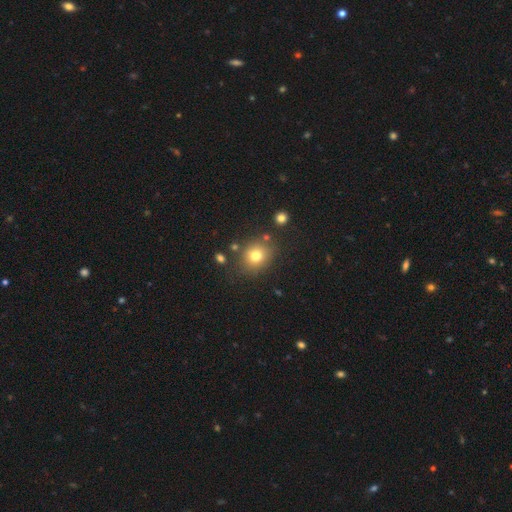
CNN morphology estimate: This is likely a smooth galaxy (75%). How rounded: likely round (69%). Merging: likely none (78%).